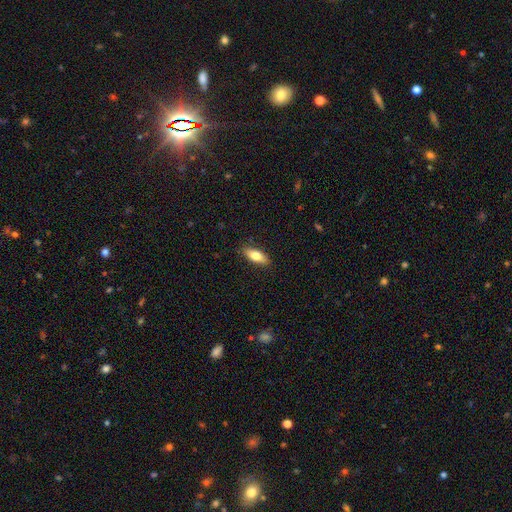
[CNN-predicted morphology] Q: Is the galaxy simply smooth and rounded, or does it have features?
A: smooth — 78%.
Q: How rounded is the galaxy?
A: in between — 76%.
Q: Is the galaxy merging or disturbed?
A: none — 86%.